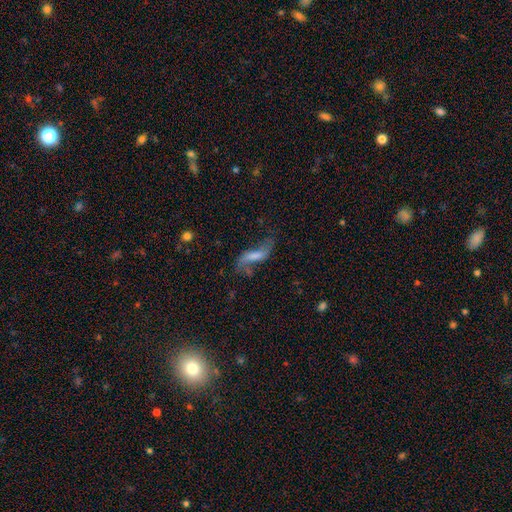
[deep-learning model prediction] Q: Smooth or featured?
A: featured or disk (61%); runner-up: smooth (28%)
Q: Edge-on disk?
A: no (87%); runner-up: yes (13%)
Q: Bar?
A: weak (39%); runner-up: strong (31%)
Q: Spiral arms?
A: yes (84%); runner-up: no (16%)
Q: Bulge size?
A: none (38%); runner-up: moderate (25%)
Q: Merging?
A: none (51%); runner-up: minor disturbance (23%)